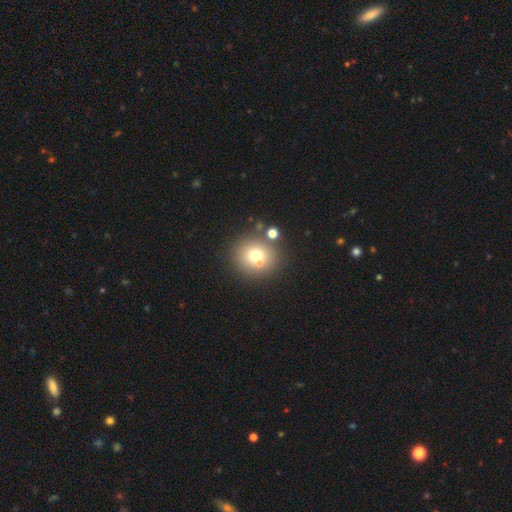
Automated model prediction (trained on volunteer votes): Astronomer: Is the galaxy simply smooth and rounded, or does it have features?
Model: smooth — 68%.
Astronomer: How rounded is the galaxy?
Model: round — 87%.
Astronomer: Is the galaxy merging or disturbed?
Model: none — 68%.